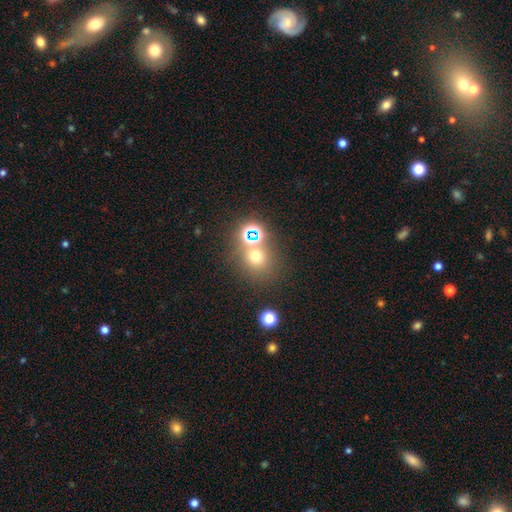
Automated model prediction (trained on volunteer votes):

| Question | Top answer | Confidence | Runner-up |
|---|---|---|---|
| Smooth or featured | smooth | 62% | star or artifact (29%) |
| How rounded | round | 85% | in between (14%) |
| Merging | none | 66% | merger (21%) |